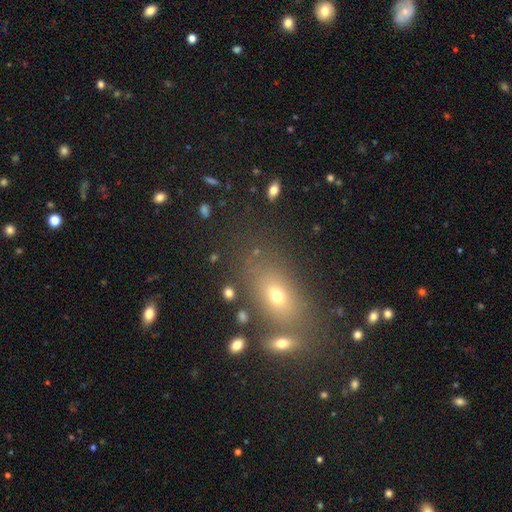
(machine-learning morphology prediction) This is possibly a smooth galaxy (59%). How rounded: likely in between (72%). Merging: likely none (70%).